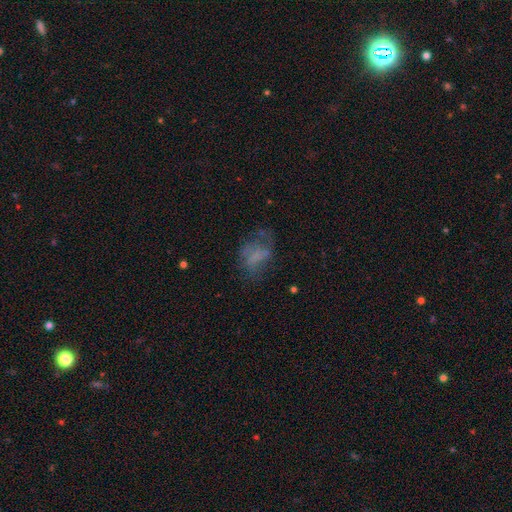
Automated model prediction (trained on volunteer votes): This appears to be a smooth galaxy with no disk features (43%). Merging: none (43%).